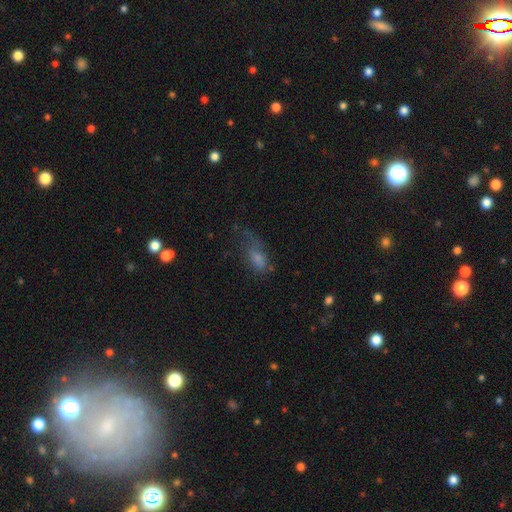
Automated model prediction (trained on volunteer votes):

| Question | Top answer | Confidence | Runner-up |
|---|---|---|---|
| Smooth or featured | smooth | 55% | featured or disk (23%) |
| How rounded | in between | 76% | cigar-shaped (14%) |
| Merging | none | 39% | major disturbance (31%) |